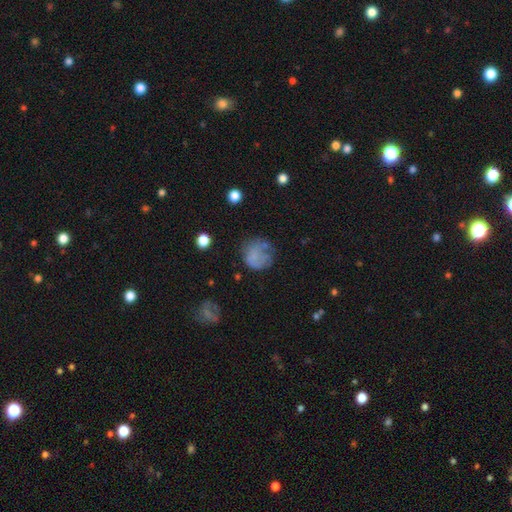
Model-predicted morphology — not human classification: Smooth or featured? Predicted: smooth (p=0.60). How rounded? Predicted: round (p=0.79). Merging? Predicted: none (p=0.47).